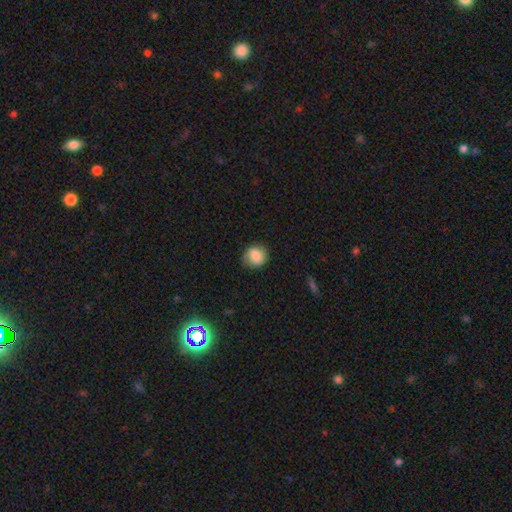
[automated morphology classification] This is clearly a smooth galaxy (84%). How rounded: clearly round (81%). Merging: likely none (78%).